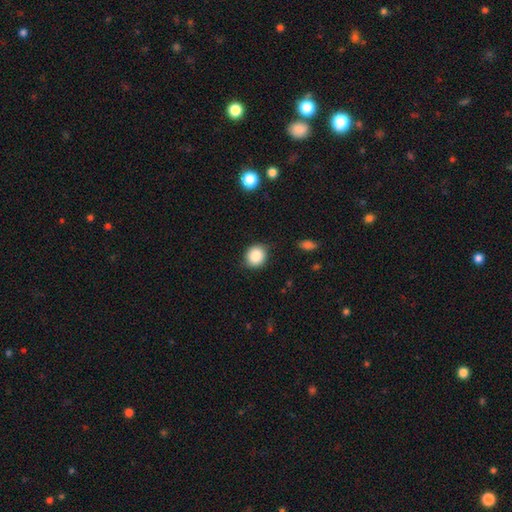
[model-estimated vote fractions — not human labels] This is clearly a smooth galaxy (87%). How rounded: likely round (76%). Merging: clearly none (86%).